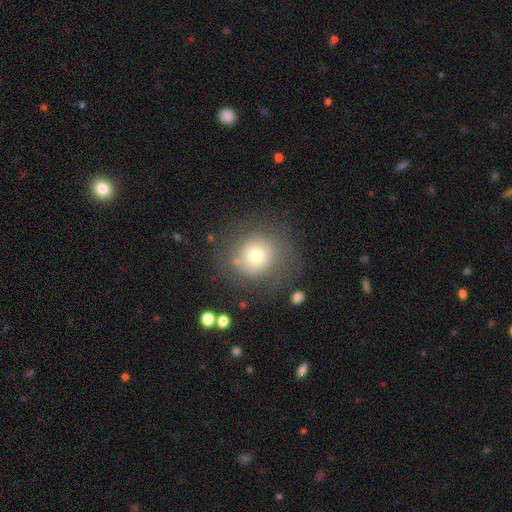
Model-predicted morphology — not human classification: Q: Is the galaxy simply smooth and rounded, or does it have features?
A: smooth — 63%.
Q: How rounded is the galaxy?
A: round — 88%.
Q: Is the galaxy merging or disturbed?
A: none — 69%.